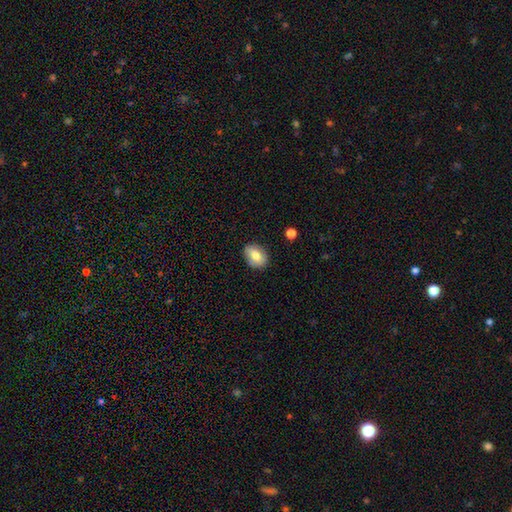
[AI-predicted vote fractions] Morphology: type=smooth (74%); roundness=in between (75%); merging=none (82%).